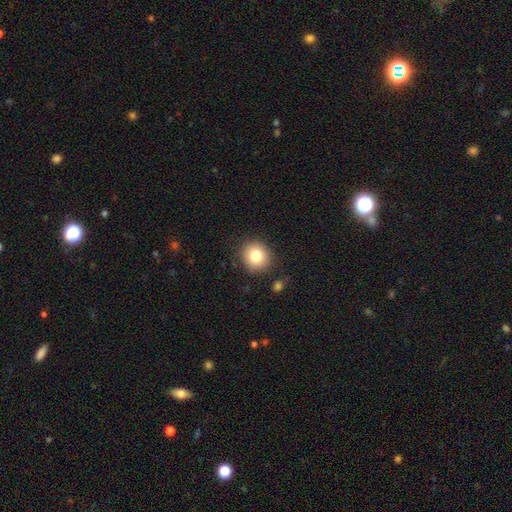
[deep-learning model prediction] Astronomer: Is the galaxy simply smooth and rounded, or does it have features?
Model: smooth — 82%.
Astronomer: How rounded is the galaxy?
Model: round — 85%.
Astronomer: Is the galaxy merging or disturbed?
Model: none — 86%.